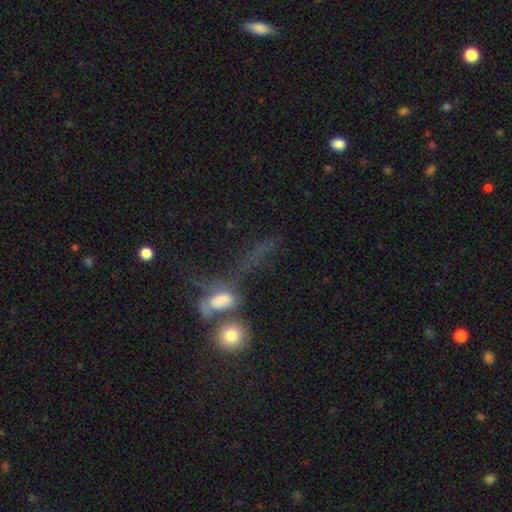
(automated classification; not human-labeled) The model was most divided on "merging": merger: 34%, none: 32%, major disturbance: 21%, minor disturbance: 13%. Remaining: smooth or featured — featured or disk (38%).